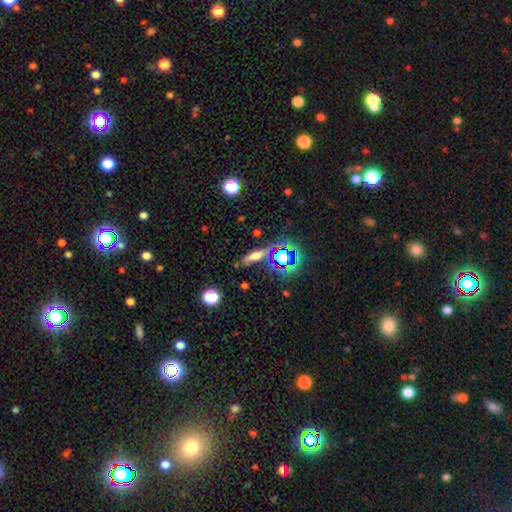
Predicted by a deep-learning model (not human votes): Smooth or featured: smooth — 47% (featured or disk — 32%)
Merging: none — 72% (minor disturbance — 15%)